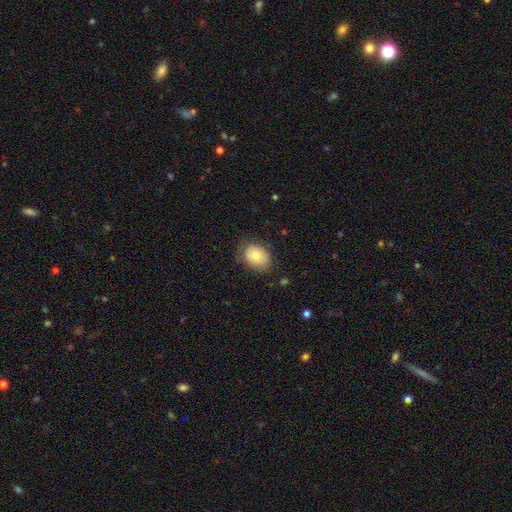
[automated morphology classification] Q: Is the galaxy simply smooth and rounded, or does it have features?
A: smooth — 75%.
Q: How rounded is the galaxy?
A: in between — 69%.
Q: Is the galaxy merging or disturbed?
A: none — 77%.